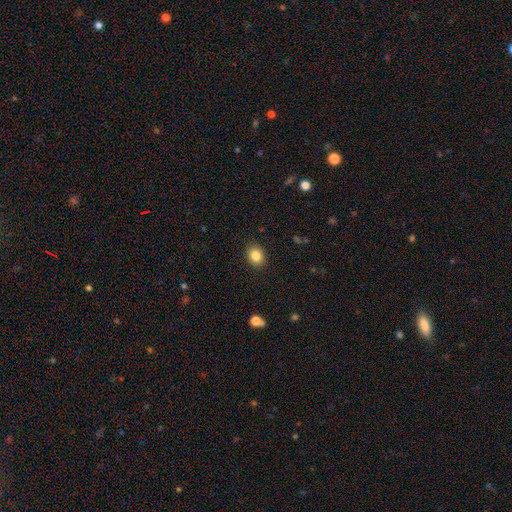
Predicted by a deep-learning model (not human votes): smooth_or_featured: smooth (p=0.85) [alt: star or artifact p=0.10]
how_rounded: in between (p=0.51) [alt: round p=0.48]
merging: none (p=0.89) [alt: minor disturbance p=0.08]